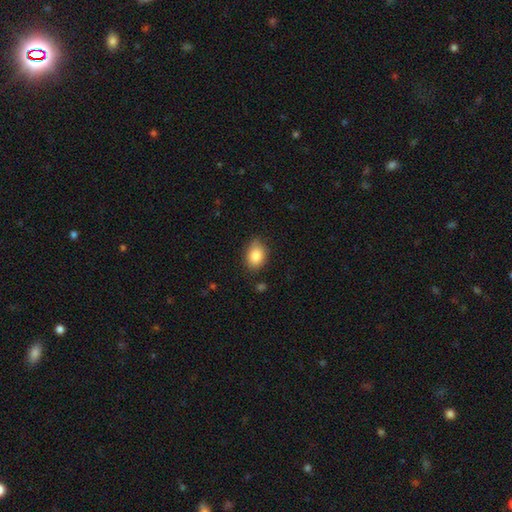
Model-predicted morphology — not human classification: smooth_or_featured: smooth (p=0.86) [alt: star or artifact p=0.08]
how_rounded: in between (p=0.74) [alt: round p=0.25]
merging: none (p=0.76) [alt: minor disturbance p=0.19]